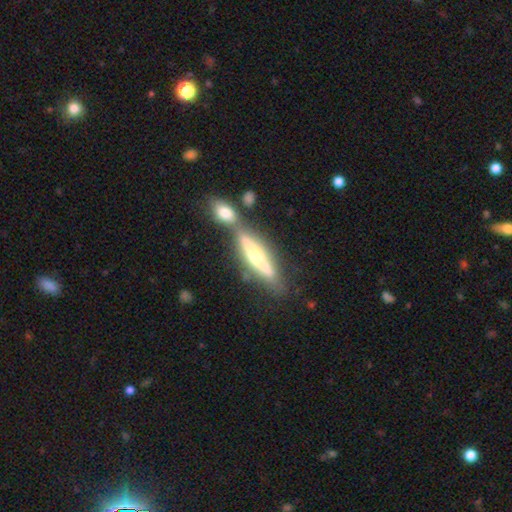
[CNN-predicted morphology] Smooth or featured? featured or disk (67%)
Edge-on disk? yes (90%)
Edge-on bulge? rounded (79%)
Merging? none (58%)